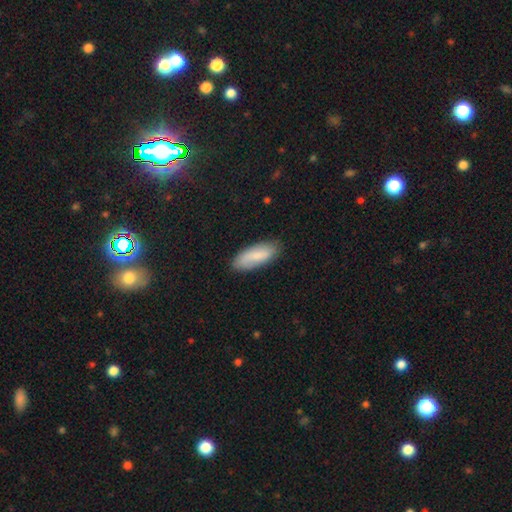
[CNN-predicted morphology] A smooth galaxy with no disk features (78%) that is in between round and cigar-shaped (76%). Merging: none (83%).